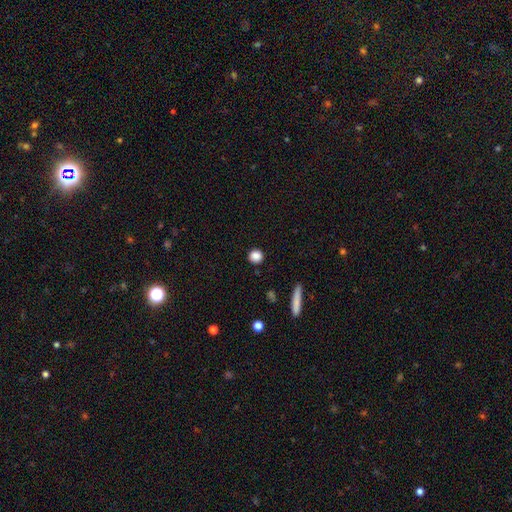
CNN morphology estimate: smooth-or-featured: smooth: 86% | star or artifact: 9% | featured or disk: 4%
  how-rounded: round: 89% | in between: 9% | cigar-shaped: 2%
  merging: none: 90% | minor disturbance: 6% | major disturbance: 2% | merger: 2%